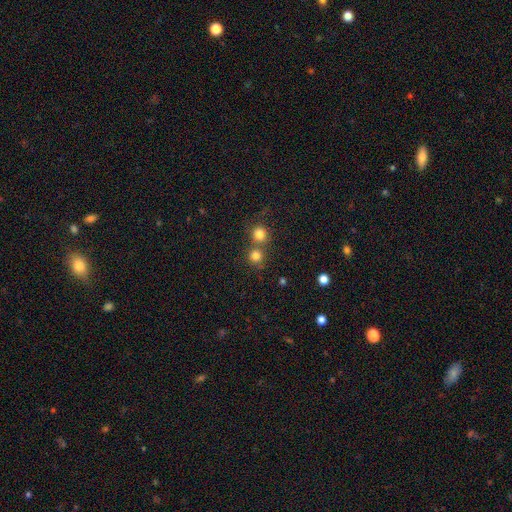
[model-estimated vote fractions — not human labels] This is likely a smooth galaxy (79%). How rounded: clearly round (92%). Merging: likely none (63%).